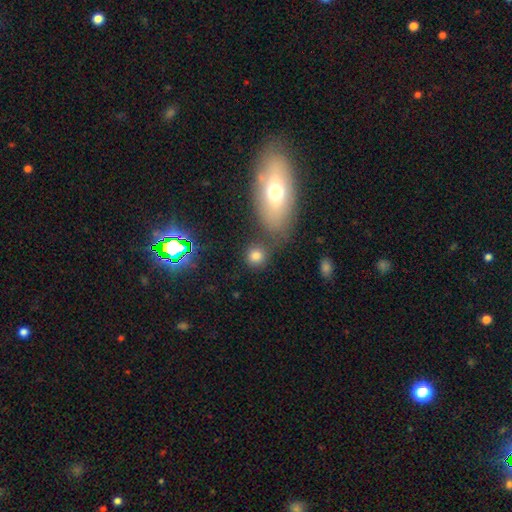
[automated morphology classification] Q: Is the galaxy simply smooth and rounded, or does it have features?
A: smooth — 78%.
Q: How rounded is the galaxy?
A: round — 84%.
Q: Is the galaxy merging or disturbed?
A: none — 70%.